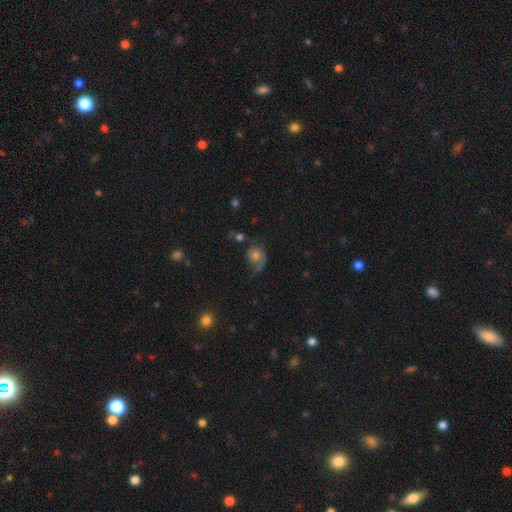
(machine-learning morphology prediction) Smooth or featured? Predicted: smooth (p=0.46). Merging? Predicted: none (p=0.38).